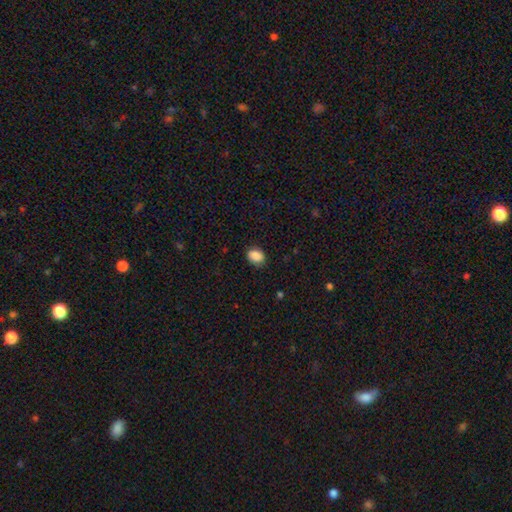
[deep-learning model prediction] A smooth galaxy with no disk features (87%) that is in between round and cigar-shaped (59%).

Vote fractions:
- Smooth or featured? smooth: 87% / star or artifact: 8% / featured or disk: 5%
- How rounded? in between: 59% / round: 40% / cigar-shaped: 1%
- Merging? none: 84% / minor disturbance: 12% / major disturbance: 3% / merger: 1%